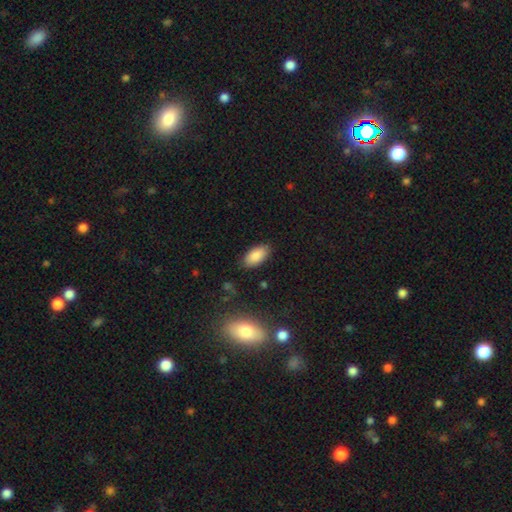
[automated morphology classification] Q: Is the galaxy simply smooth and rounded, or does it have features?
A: smooth — 86%.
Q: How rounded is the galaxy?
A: in between — 93%.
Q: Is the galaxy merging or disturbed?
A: none — 87%.